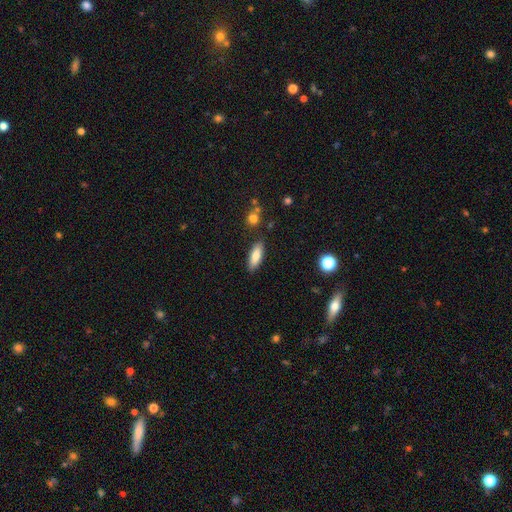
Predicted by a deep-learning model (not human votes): Overall: smooth (80%). How rounded: in between (64%; cigar-shaped 34%). Merging: none (83%).